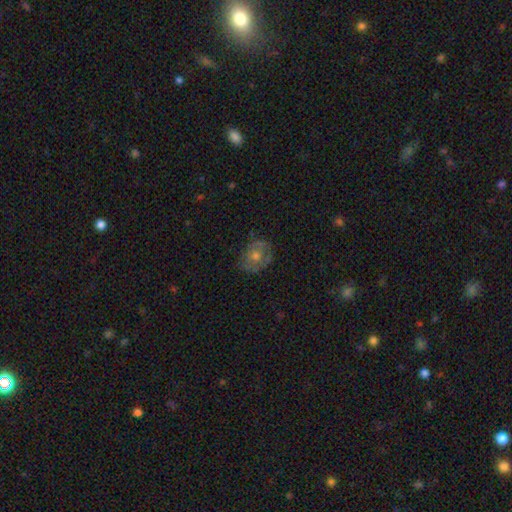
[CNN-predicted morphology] Smooth or featured?
  - featured or disk: 46% *
  - smooth: 44%
  - star or artifact: 10%
Merging?
  - none: 71% *
  - minor disturbance: 20%
  - major disturbance: 8%
  - merger: 2%